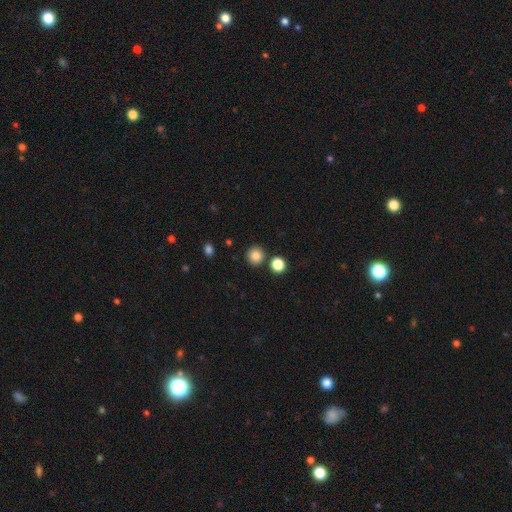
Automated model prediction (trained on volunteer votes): This is clearly a smooth galaxy (85%). How rounded: clearly round (93%). Merging: clearly none (85%).